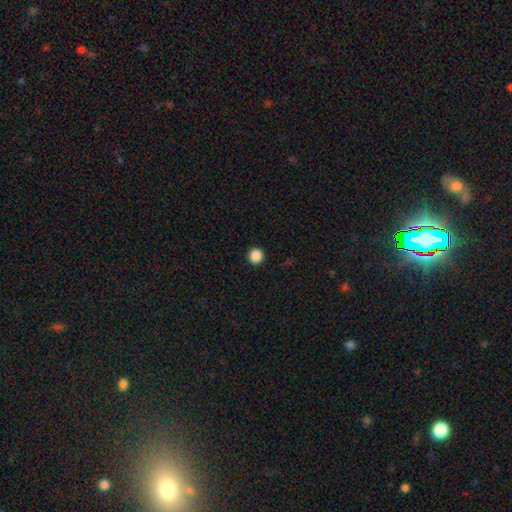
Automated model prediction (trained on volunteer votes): Morphology: type=smooth (88%); roundness=round (96%); merging=none (94%).